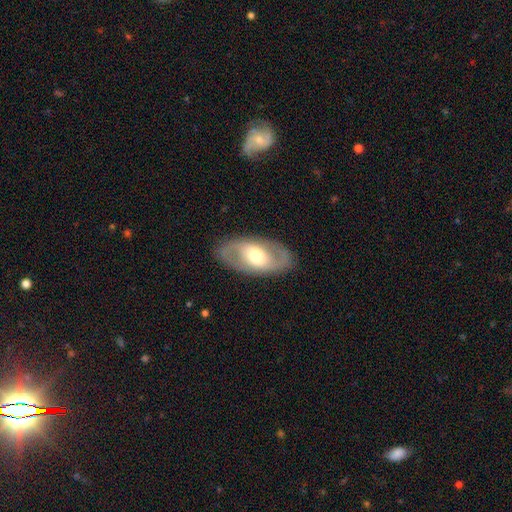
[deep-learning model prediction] A featured or disk galaxy (72%) with a weak bar (42%), spiral arms (73%) and a moderate central bulge (64%). Merging: none (87%).